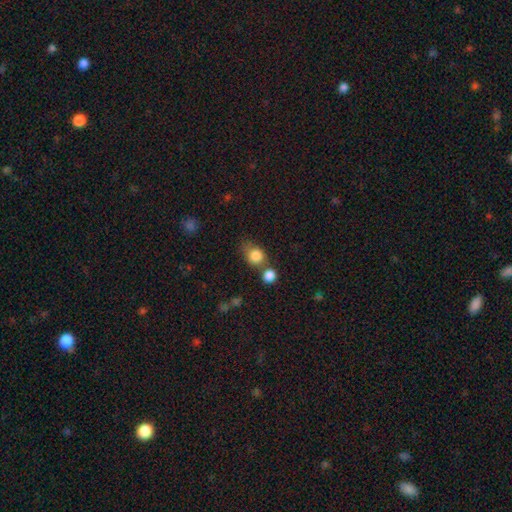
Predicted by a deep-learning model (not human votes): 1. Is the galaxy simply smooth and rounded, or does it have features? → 83% smooth, 10% star or artifact, 7% featured or disk.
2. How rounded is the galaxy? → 68% round, 31% in between, 1% cigar-shaped.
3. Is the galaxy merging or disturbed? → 46% none, 29% merger, 17% minor disturbance, 7% major disturbance.